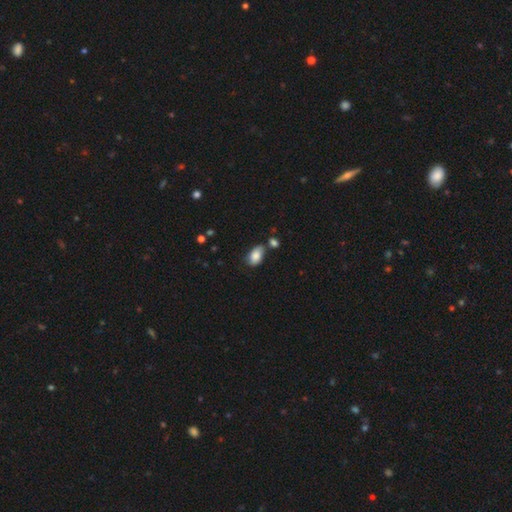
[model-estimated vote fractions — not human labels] Smooth or featured?
  - smooth: 86% *
  - star or artifact: 7%
  - featured or disk: 7%
How rounded?
  - in between: 92% *
  - round: 6%
  - cigar-shaped: 2%
Merging?
  - none: 61% *
  - minor disturbance: 21%
  - merger: 13%
  - major disturbance: 5%